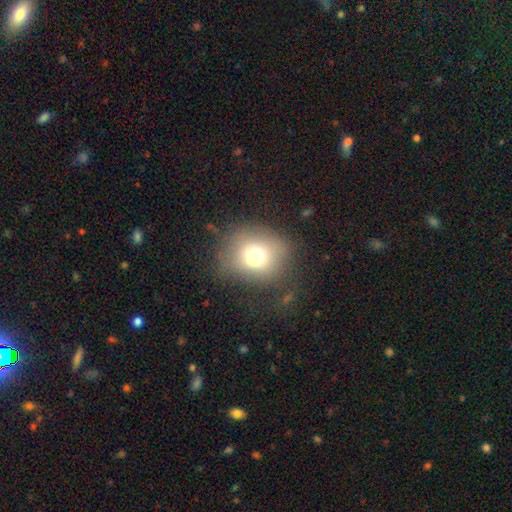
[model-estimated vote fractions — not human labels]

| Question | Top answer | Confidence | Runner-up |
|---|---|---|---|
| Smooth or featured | smooth | 69% | star or artifact (17%) |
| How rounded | round | 80% | in between (19%) |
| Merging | none | 69% | minor disturbance (16%) |